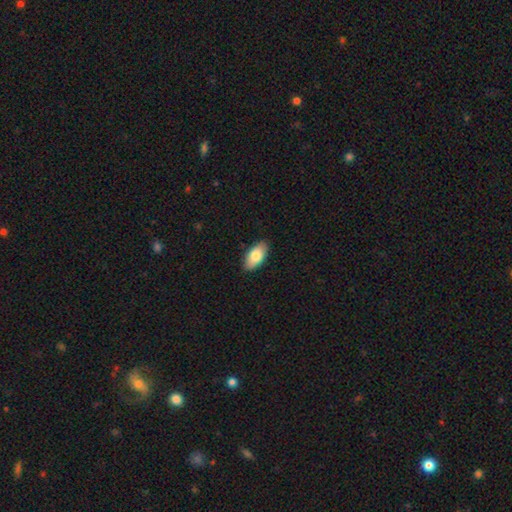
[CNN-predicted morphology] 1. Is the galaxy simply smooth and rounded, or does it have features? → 82% smooth, 12% featured or disk, 6% star or artifact.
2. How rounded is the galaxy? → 93% in between, 5% cigar-shaped, 2% round.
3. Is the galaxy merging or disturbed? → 88% none, 9% minor disturbance, 2% major disturbance, 1% merger.